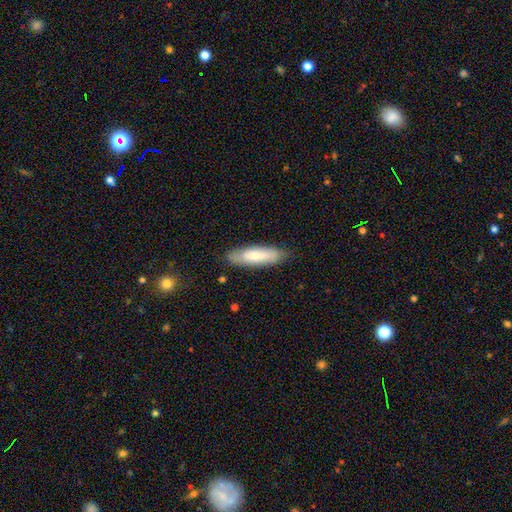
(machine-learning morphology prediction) Overall: smooth (72%). How rounded: cigar-shaped (60%; in between 39%). Merging: none (82%).